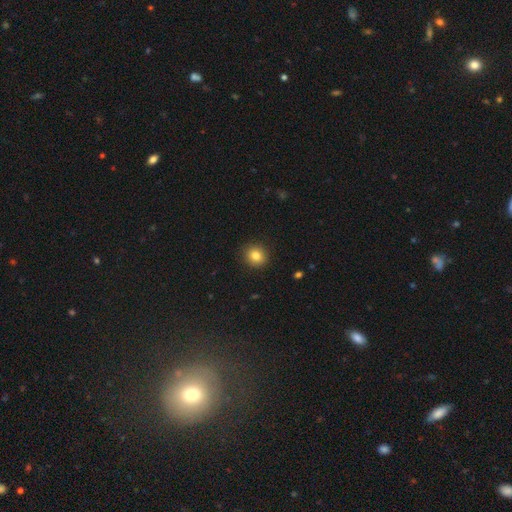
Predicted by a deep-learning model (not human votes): Smooth or featured? smooth (84%)
How rounded? round (87%)
Merging? none (92%)